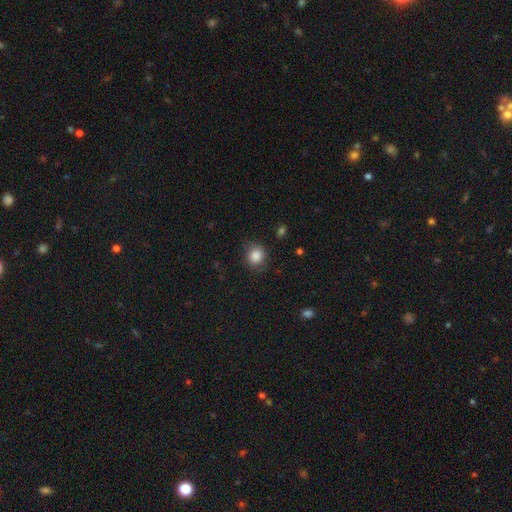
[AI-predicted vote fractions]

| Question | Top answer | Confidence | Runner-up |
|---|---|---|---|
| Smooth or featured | smooth | 85% | star or artifact (9%) |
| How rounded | round | 82% | in between (17%) |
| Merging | none | 79% | minor disturbance (15%) |